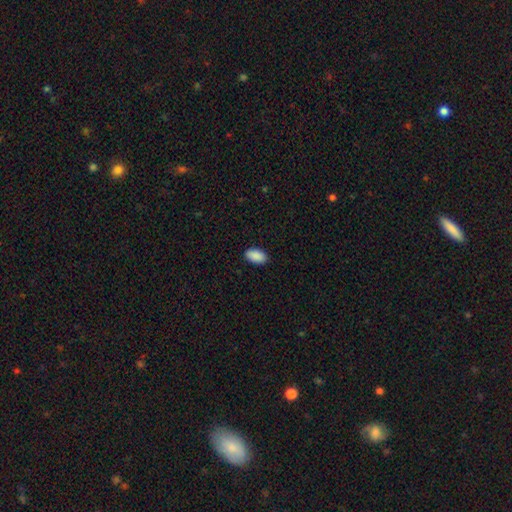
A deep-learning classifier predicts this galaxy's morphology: Q: Smooth or featured?
A: smooth (90%); runner-up: star or artifact (7%)
Q: How rounded?
A: in between (95%); runner-up: round (3%)
Q: Merging?
A: none (89%); runner-up: minor disturbance (8%)